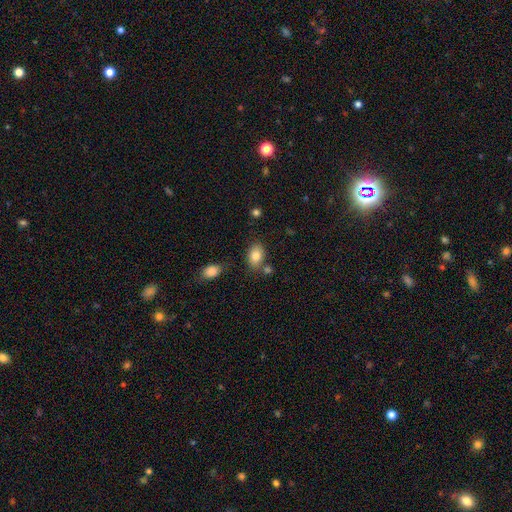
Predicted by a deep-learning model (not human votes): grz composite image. It shows a smooth galaxy with no disk features (83%) that is in between round and cigar-shaped (81%). Merging: none (72%).